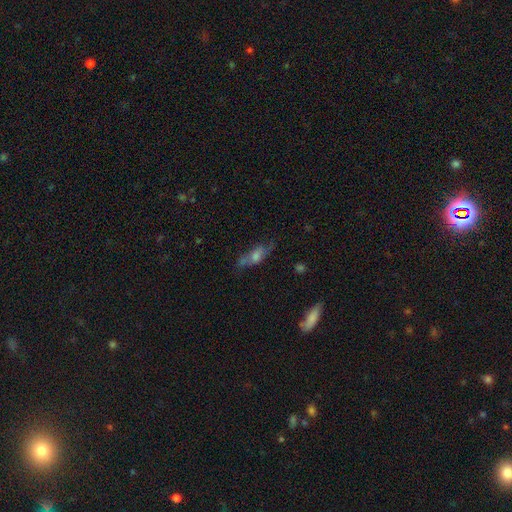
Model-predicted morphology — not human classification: Q: Smooth or featured?
A: featured or disk (45%); runner-up: smooth (41%)
Q: Merging?
A: none (56%); runner-up: minor disturbance (23%)